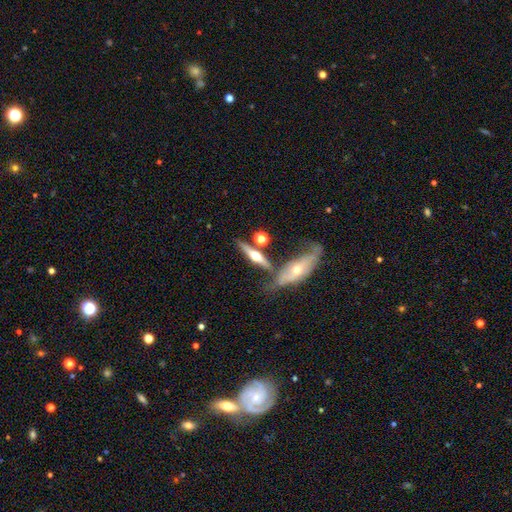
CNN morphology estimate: featured or disk 64%, smooth 30%, star or artifact 6%. Down the decision tree: edge-on disk — yes (90%); edge-on bulge — rounded (95%); merging — none (56%).